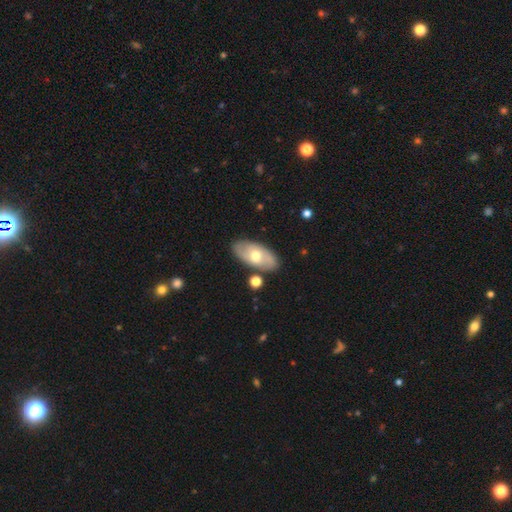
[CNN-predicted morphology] Smooth or featured? smooth (50%)
How rounded? in between (91%)
Merging? none (83%)